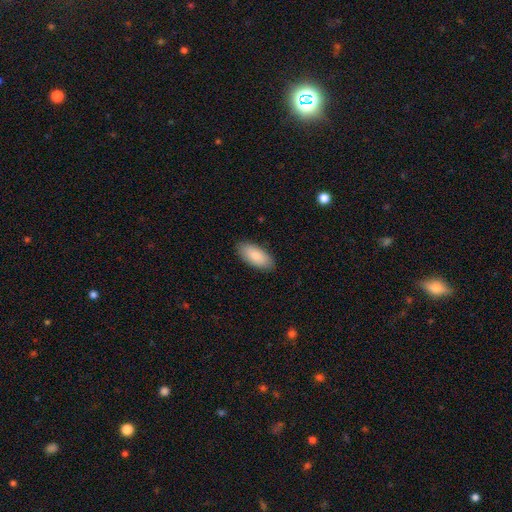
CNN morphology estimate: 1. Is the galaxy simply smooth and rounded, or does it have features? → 87% smooth, 7% featured or disk, 5% star or artifact.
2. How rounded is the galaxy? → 90% in between, 8% cigar-shaped, 2% round.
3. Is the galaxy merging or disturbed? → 88% none, 9% minor disturbance, 2% major disturbance, 1% merger.